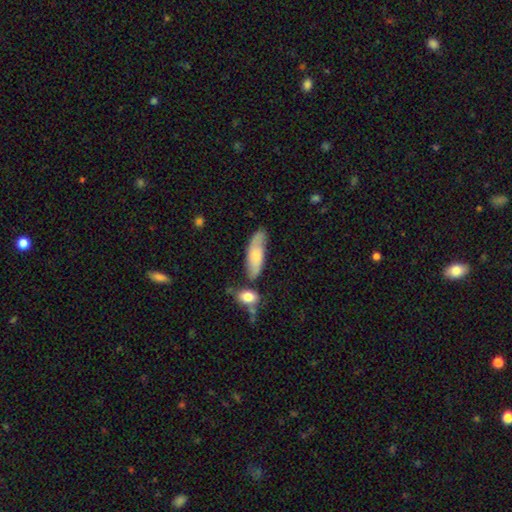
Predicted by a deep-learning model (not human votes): Q: Smooth or featured?
A: smooth (60%); runner-up: featured or disk (34%)
Q: How rounded?
A: in between (58%); runner-up: cigar-shaped (40%)
Q: Merging?
A: none (61%); runner-up: minor disturbance (21%)